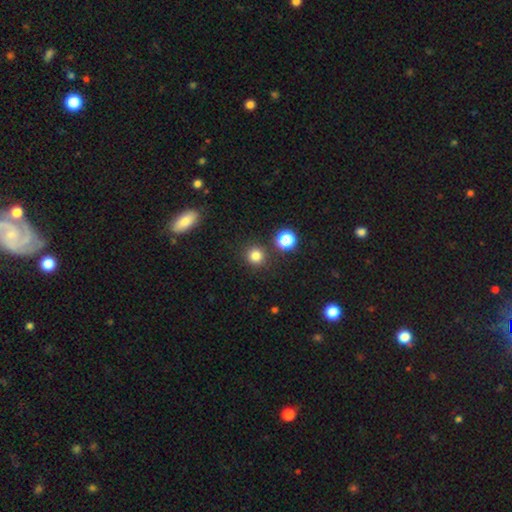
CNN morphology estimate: Smooth or featured? Predicted: smooth (p=0.80). How rounded? Predicted: round (p=0.93). Merging? Predicted: none (p=0.86).